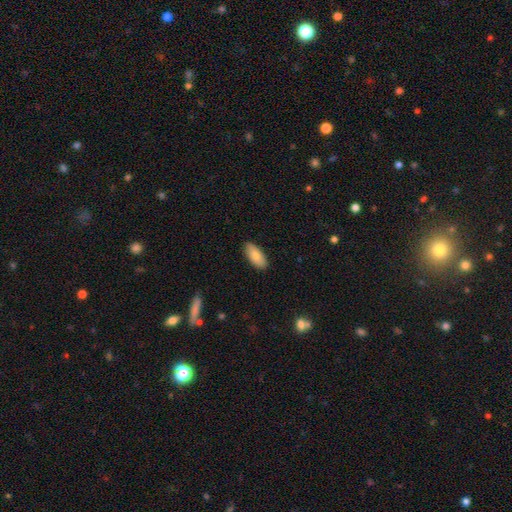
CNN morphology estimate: smooth-or-featured: smooth: 84% | featured or disk: 10% | star or artifact: 6%
  how-rounded: in between: 87% | cigar-shaped: 11% | round: 2%
  merging: none: 88% | minor disturbance: 9% | major disturbance: 2% | merger: 1%